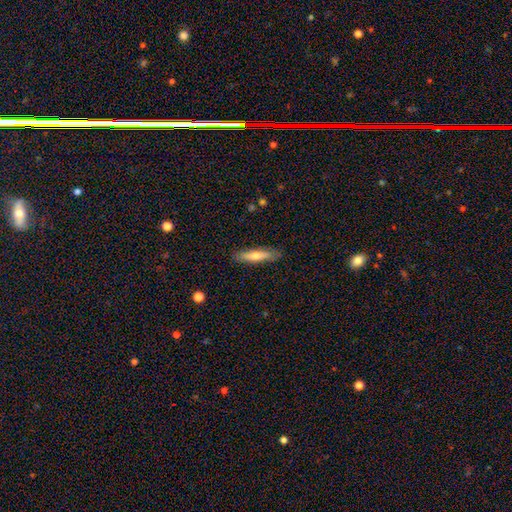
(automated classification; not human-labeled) Overall: smooth (55%; featured or disk 38%). How rounded: cigar-shaped (84%). Merging: none (86%).